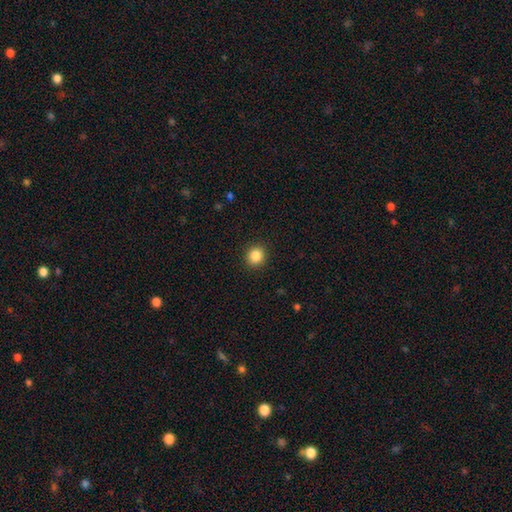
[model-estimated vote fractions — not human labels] smooth 86%, star or artifact 10%, featured or disk 4%. Down the decision tree: how rounded — round (86%); merging — none (92%).